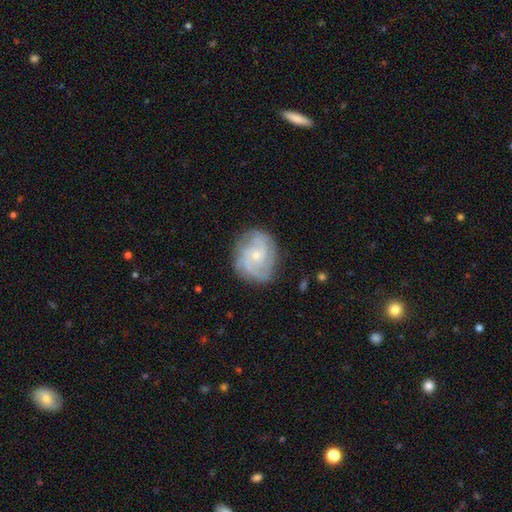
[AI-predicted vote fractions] Smooth or featured? Predicted: featured or disk (p=0.82). Edge-on disk? Predicted: no (p=0.98). Bar? Predicted: no (p=0.72). Spiral arms? Predicted: yes (p=0.95). Spiral winding? Predicted: tight (p=0.49). Spiral arm count? Predicted: 3 (p=0.32). Bulge size? Predicted: small (p=0.71). Merging? Predicted: none (p=0.76).